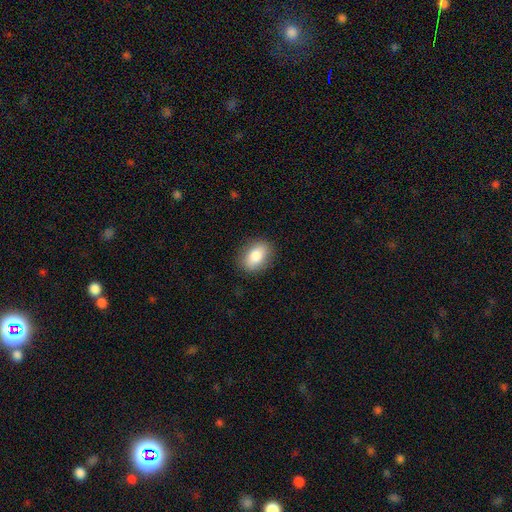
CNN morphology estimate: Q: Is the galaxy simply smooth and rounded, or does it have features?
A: smooth — 83%.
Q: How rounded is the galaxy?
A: in between — 80%.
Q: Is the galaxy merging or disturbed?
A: none — 86%.